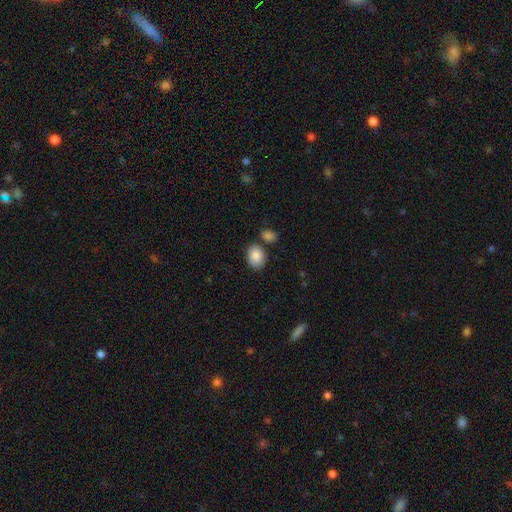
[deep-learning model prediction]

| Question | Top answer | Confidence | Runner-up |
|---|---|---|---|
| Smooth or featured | smooth | 88% | star or artifact (7%) |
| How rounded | in between | 72% | round (27%) |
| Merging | none | 73% | minor disturbance (13%) |